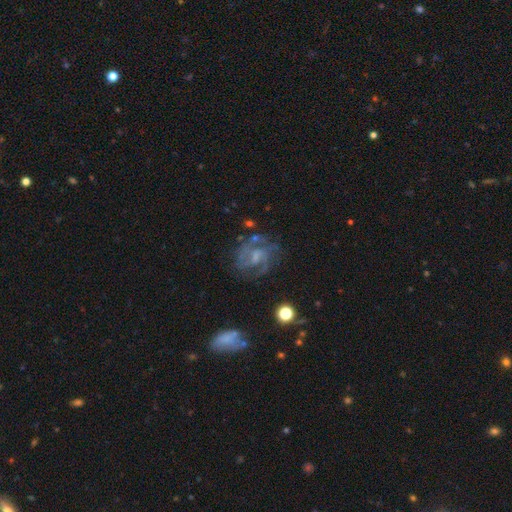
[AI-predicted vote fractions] Smooth or featured? Predicted: featured or disk (p=0.76). Edge-on disk? Predicted: no (p=0.97). Bar? Predicted: weak (p=0.48). Spiral arms? Predicted: yes (p=0.87). Spiral winding? Predicted: medium (p=0.49). Spiral arm count? Predicted: 2 (p=0.45). Bulge size? Predicted: small (p=0.39). Merging? Predicted: none (p=0.61).